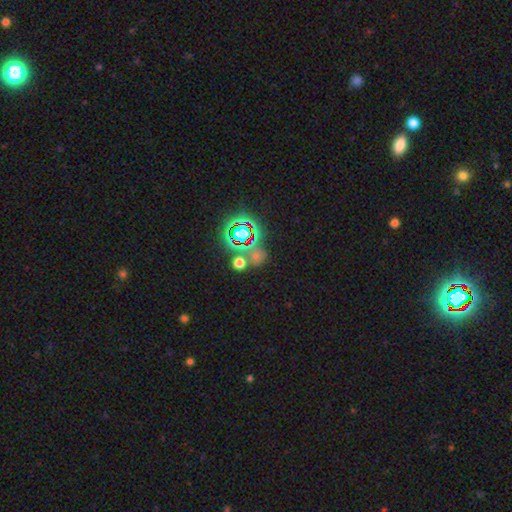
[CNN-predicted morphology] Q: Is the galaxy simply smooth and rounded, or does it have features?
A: star or artifact — 66%.